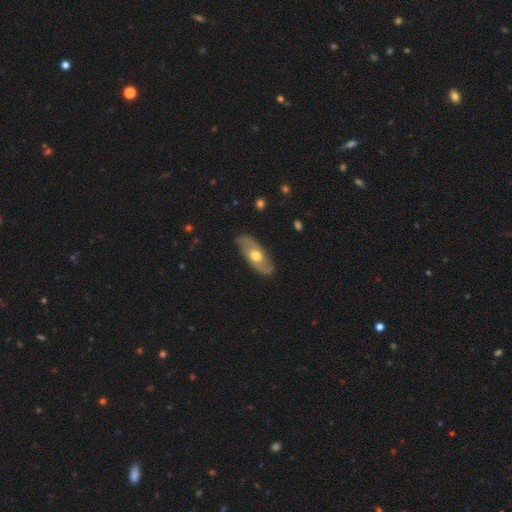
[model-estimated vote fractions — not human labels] smooth 48%, featured or disk 47%, star or artifact 5%. Down the decision tree: merging — none (83%).